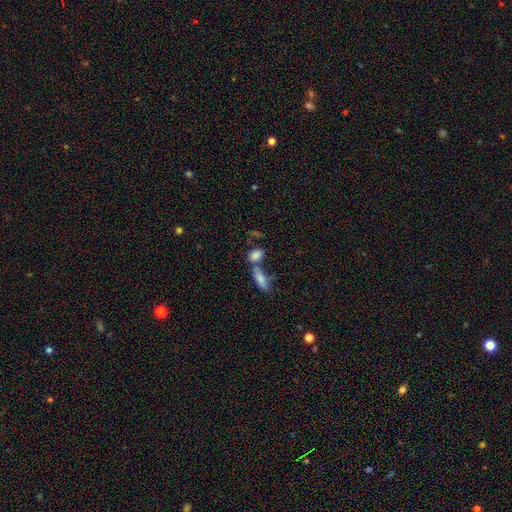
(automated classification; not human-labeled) This is likely a smooth galaxy (79%). How rounded: likely in between (75%). Merging: marginally merger (44%).